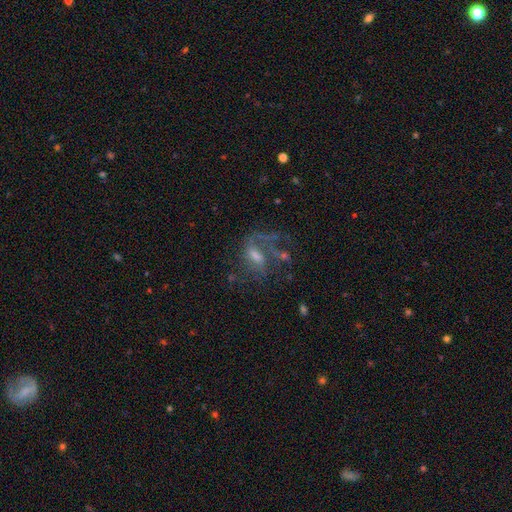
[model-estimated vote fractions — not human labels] smooth_or_featured: featured or disk (p=0.68) [alt: smooth p=0.17]
disk_edge_on: no (p=0.95) [alt: yes p=0.05]
bar: weak (p=0.48) [alt: no p=0.34]
has_spiral_arms: yes (p=0.75) [alt: no p=0.25]
bulge_size: moderate (p=0.42) [alt: small p=0.34]
merging: major disturbance (p=0.38) [alt: none p=0.37]